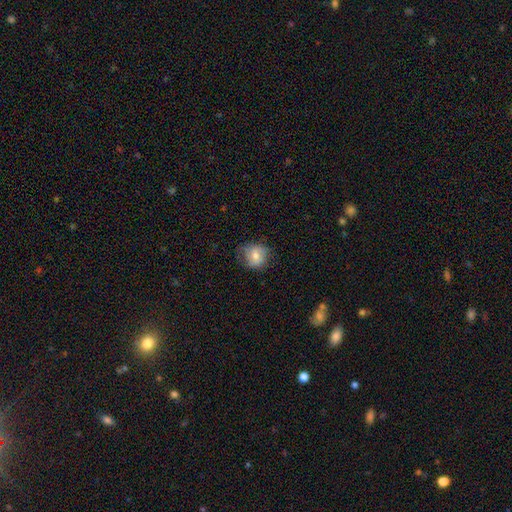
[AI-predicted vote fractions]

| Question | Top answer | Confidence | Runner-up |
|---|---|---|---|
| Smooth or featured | smooth | 72% | featured or disk (19%) |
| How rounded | round | 79% | in between (20%) |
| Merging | none | 70% | minor disturbance (22%) |